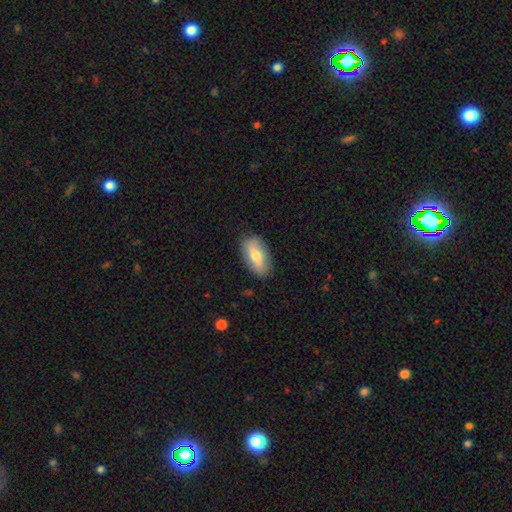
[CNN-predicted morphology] smooth 64%, featured or disk 30%, star or artifact 6%. Down the decision tree: how rounded — in between (91%); merging — none (84%).